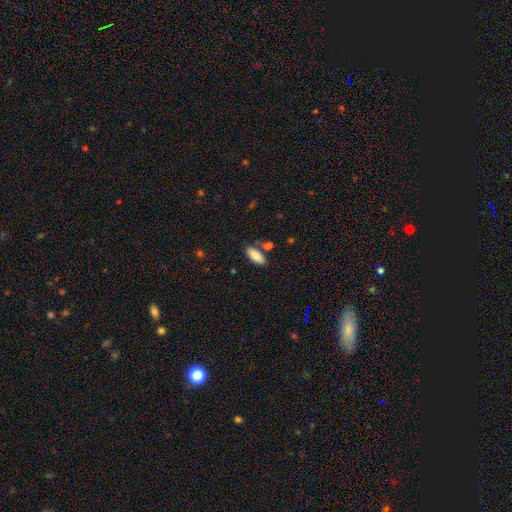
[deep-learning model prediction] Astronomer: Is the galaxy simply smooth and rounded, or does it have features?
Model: smooth — 87%.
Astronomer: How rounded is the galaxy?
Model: in between — 82%.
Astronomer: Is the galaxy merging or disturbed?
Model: none — 75%.